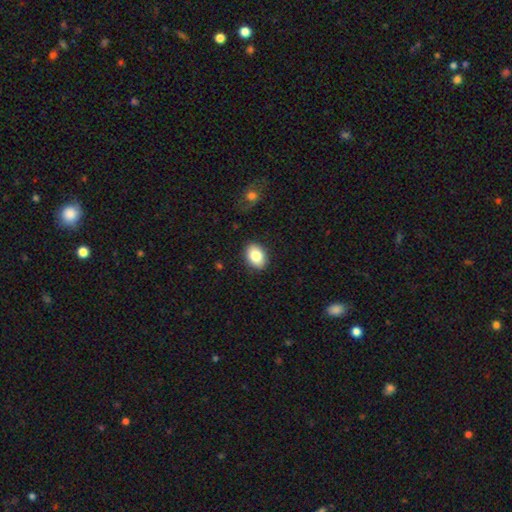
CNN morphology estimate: This appears to be a smooth galaxy with no disk features (82%) that is in between round and cigar-shaped (76%). Merging: none (88%).